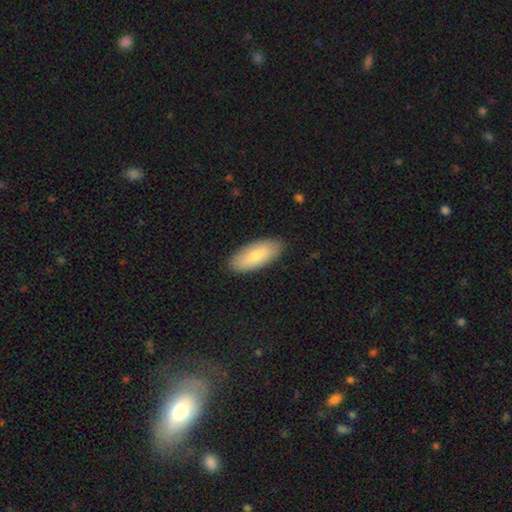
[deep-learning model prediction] Overall: smooth (75%). How rounded: in between (84%). Merging: none (87%).